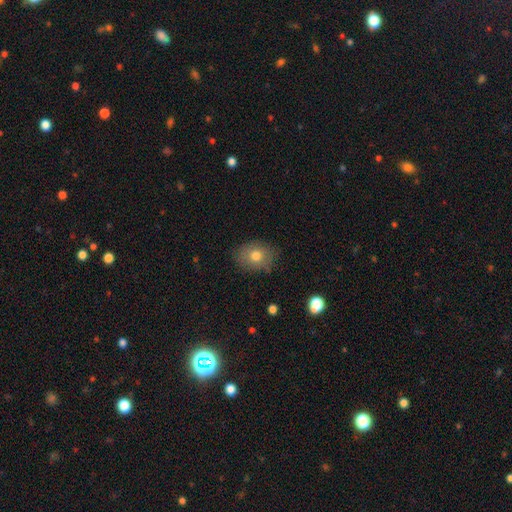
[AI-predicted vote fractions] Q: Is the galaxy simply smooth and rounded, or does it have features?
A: smooth — 75%.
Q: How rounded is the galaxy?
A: in between — 58%.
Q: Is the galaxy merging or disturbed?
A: none — 80%.